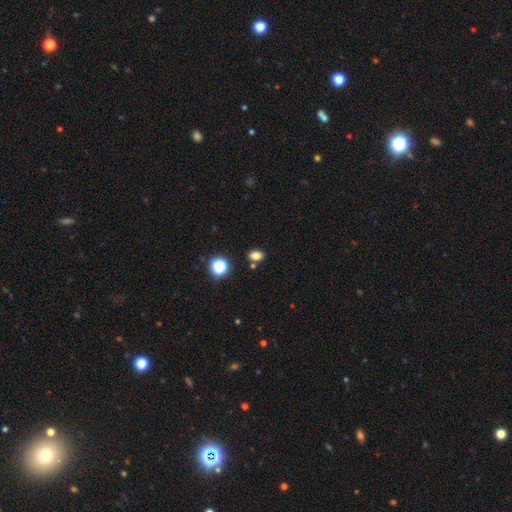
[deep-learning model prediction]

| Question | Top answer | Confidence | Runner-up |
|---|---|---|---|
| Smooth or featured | smooth | 79% | star or artifact (15%) |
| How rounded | in between | 72% | round (27%) |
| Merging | none | 80% | minor disturbance (10%) |